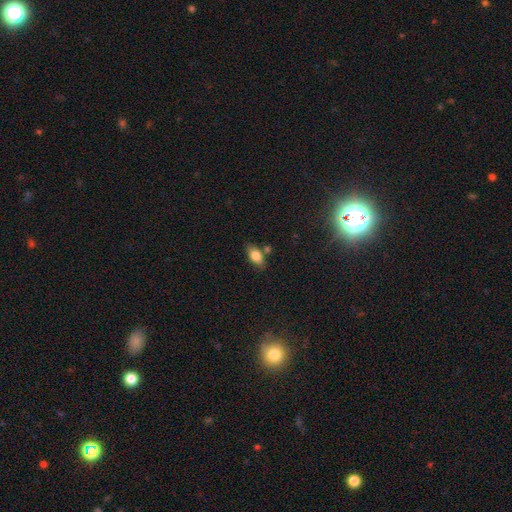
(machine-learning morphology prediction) smooth 79%, featured or disk 12%, star or artifact 8%. Down the decision tree: how rounded — in between (87%); merging — none (72%).